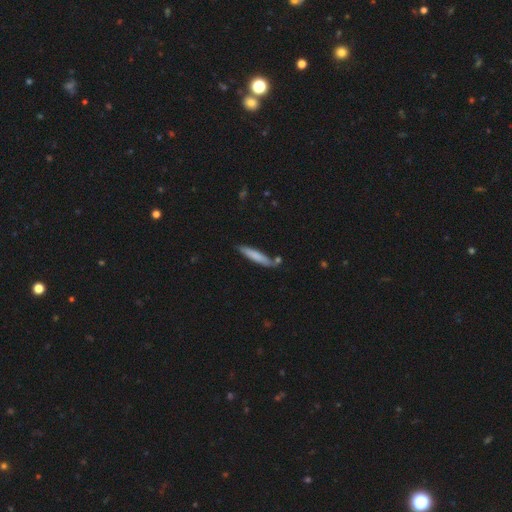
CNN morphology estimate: Smooth or featured? Predicted: smooth (p=0.75). How rounded? Predicted: cigar-shaped (p=0.90). Merging? Predicted: none (p=0.74).